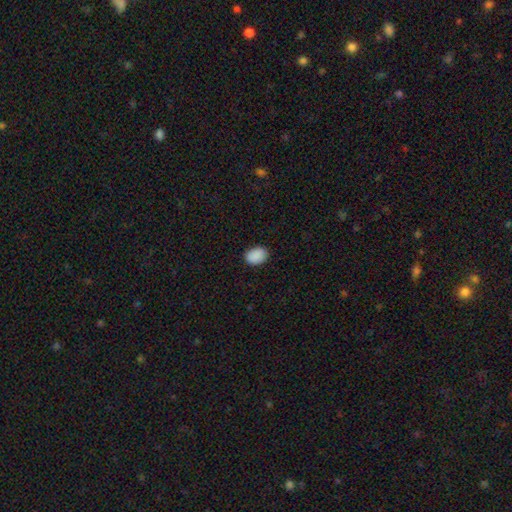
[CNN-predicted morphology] Smooth or featured?
  - smooth: 90% *
  - star or artifact: 7%
  - featured or disk: 3%
How rounded?
  - in between: 76% *
  - round: 23%
  - cigar-shaped: 1%
Merging?
  - none: 87% *
  - minor disturbance: 10%
  - major disturbance: 2%
  - merger: 1%